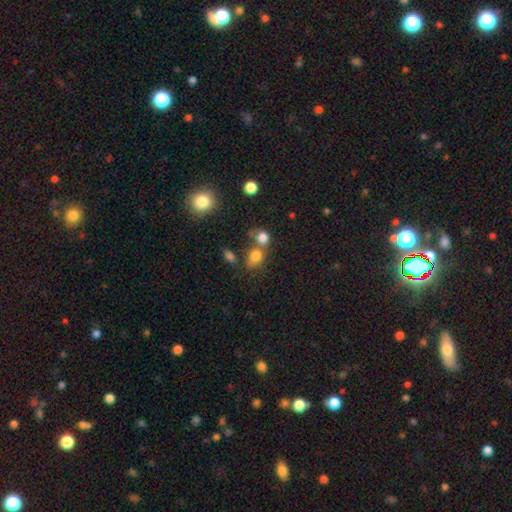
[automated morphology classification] This appears to be a smooth galaxy with no disk features (78%) that is round (57%). Merging: none (44%).